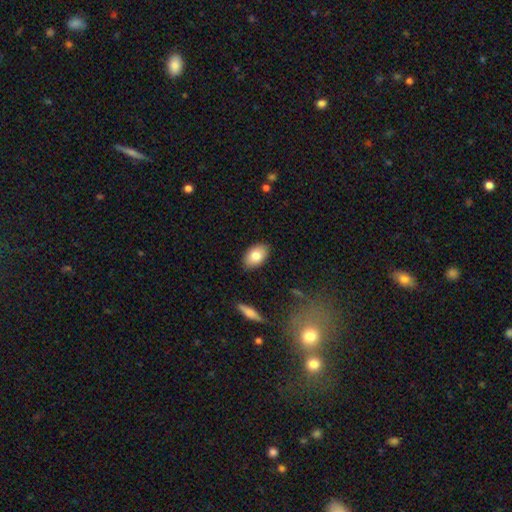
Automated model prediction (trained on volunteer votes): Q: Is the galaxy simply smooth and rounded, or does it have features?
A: smooth — 80%.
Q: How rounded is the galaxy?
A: in between — 90%.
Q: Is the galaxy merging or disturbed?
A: none — 87%.